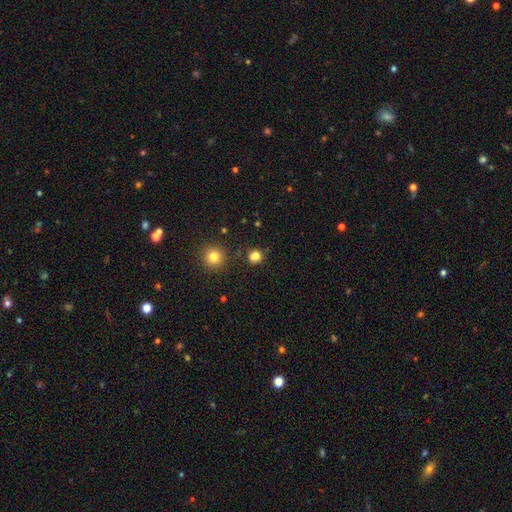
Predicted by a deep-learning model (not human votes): Smooth or featured?
  - smooth: 80% *
  - star or artifact: 15%
  - featured or disk: 5%
How rounded?
  - round: 88% *
  - in between: 11%
  - cigar-shaped: 1%
Merging?
  - none: 83% *
  - minor disturbance: 10%
  - merger: 4%
  - major disturbance: 3%